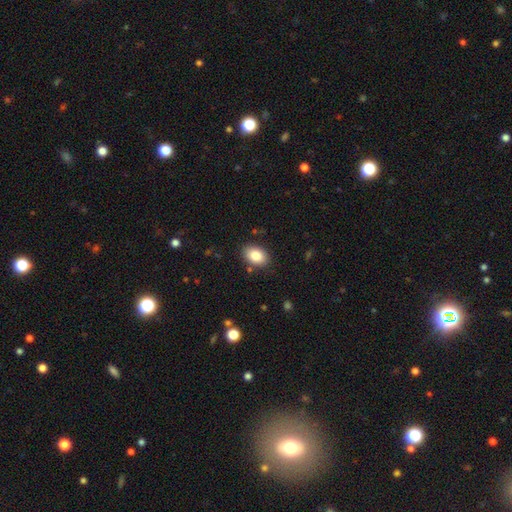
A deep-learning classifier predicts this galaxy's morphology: This appears to be a smooth galaxy with no disk features (85%) that is in between round and cigar-shaped (84%). Merging: none (86%).